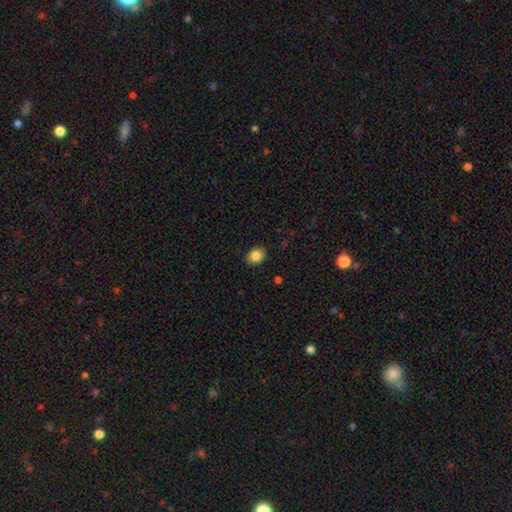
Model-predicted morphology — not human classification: Q: Smooth or featured?
A: smooth (86%); runner-up: star or artifact (9%)
Q: How rounded?
A: round (59%); runner-up: in between (40%)
Q: Merging?
A: none (89%); runner-up: minor disturbance (8%)